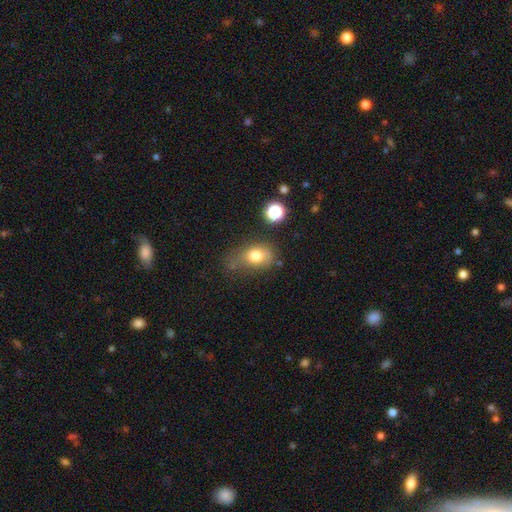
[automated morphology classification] Smooth or featured: smooth — 75% (featured or disk — 13%)
How rounded: in between — 68% (round — 30%)
Merging: none — 42% (minor disturbance — 32%)